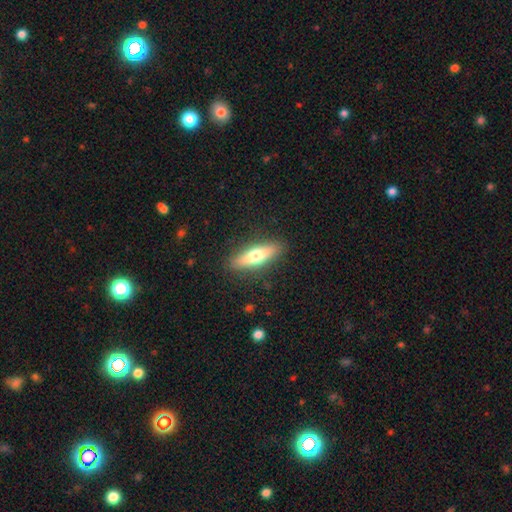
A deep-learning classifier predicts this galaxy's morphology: Q: Smooth or featured?
A: smooth (58%); runner-up: featured or disk (36%)
Q: How rounded?
A: cigar-shaped (60%); runner-up: in between (37%)
Q: Merging?
A: none (89%); runner-up: minor disturbance (8%)